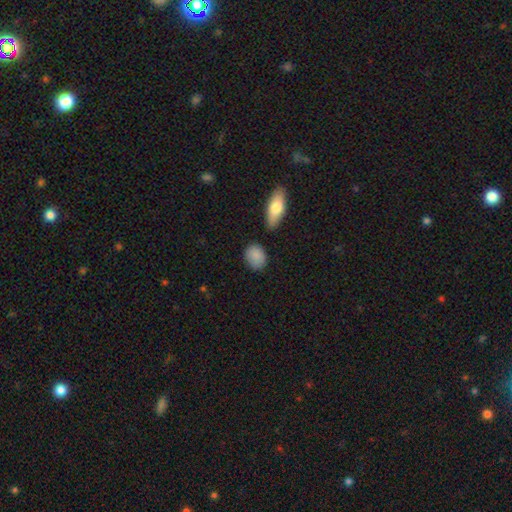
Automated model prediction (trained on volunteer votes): Q: Smooth or featured?
A: smooth (86%); runner-up: star or artifact (7%)
Q: How rounded?
A: in between (54%); runner-up: round (44%)
Q: Merging?
A: none (76%); runner-up: minor disturbance (16%)